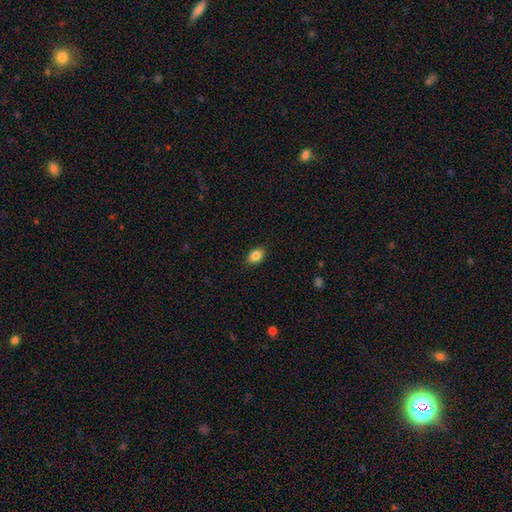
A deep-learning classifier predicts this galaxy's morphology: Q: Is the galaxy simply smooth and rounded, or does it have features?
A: smooth — 86%.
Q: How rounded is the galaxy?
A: in between — 86%.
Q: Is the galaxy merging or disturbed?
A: none — 88%.